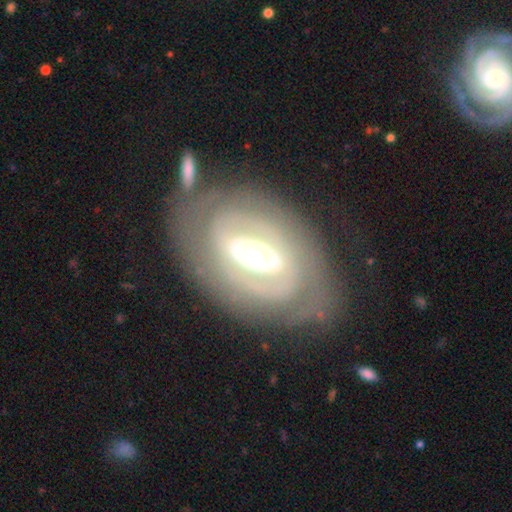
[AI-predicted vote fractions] A featured or disk galaxy (79%) with a strong bar (39%), spiral arms (59%) and a moderate central bulge (66%).

Vote fractions:
- Smooth or featured? featured or disk: 79% / smooth: 16% / star or artifact: 5%
- Edge-on disk? no: 94% / yes: 6%
- Bar? strong: 39% / weak: 34% / no: 27%
- Spiral arms? yes: 59% / no: 41%
- Bulge size? moderate: 66% / small: 17% / large: 14% / dominant: 2% / none: 1%
- Merging? none: 70% / minor disturbance: 17% / major disturbance: 9% / merger: 5%